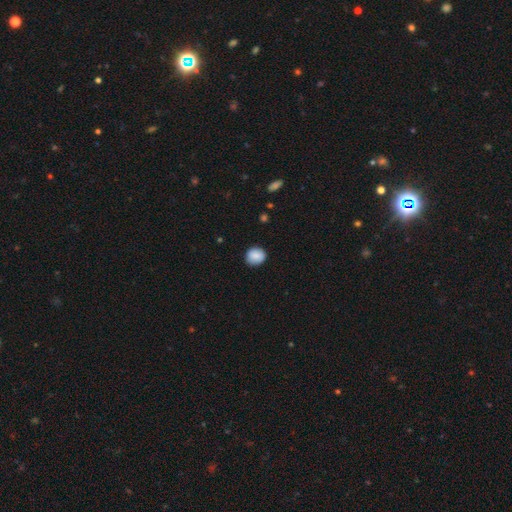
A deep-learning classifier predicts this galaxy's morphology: Overall: smooth (87%). How rounded: round (83%). Merging: none (86%).